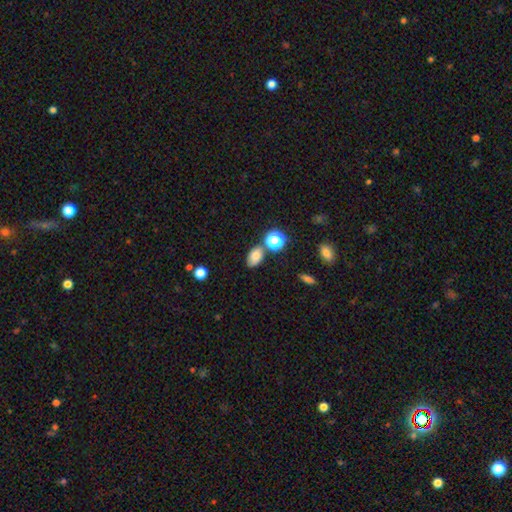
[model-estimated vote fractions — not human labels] smooth_or_featured: smooth (p=0.77) [alt: star or artifact p=0.14]
how_rounded: in between (p=0.85) [alt: round p=0.14]
merging: none (p=0.72) [alt: minor disturbance p=0.14]